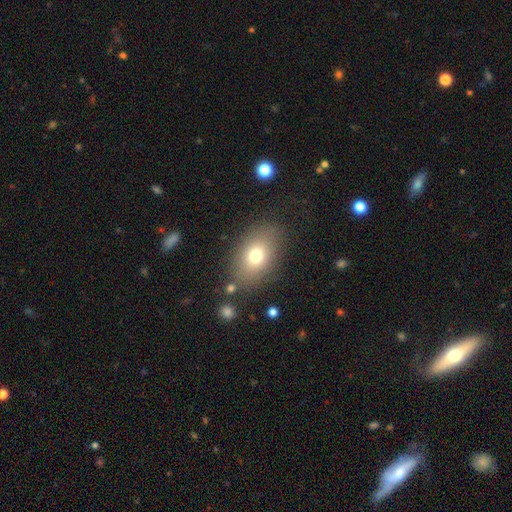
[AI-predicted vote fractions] Q: Smooth or featured?
A: smooth (73%); runner-up: featured or disk (15%)
Q: How rounded?
A: in between (80%); runner-up: round (18%)
Q: Merging?
A: none (79%); runner-up: minor disturbance (12%)